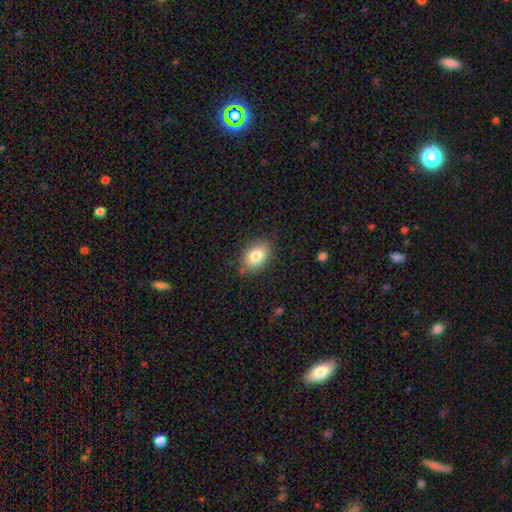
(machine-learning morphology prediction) This appears to be a smooth galaxy with no disk features (82%) that is in between round and cigar-shaped (80%). Merging: none (82%).